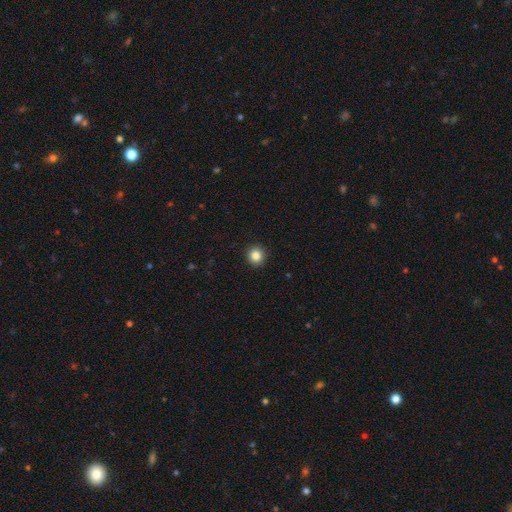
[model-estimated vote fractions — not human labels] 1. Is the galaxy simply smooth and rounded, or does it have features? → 84% smooth, 11% star or artifact, 5% featured or disk.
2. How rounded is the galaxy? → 94% round, 5% in between, 1% cigar-shaped.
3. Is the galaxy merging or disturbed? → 93% none, 5% minor disturbance, 2% major disturbance, 1% merger.